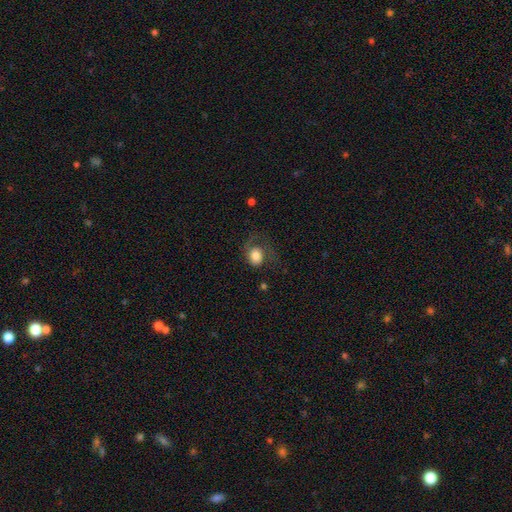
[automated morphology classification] Smooth or featured?
  - smooth: 69% *
  - featured or disk: 22%
  - star or artifact: 9%
How rounded?
  - round: 61% *
  - in between: 38%
  - cigar-shaped: 1%
Merging?
  - none: 39% *
  - major disturbance: 36%
  - minor disturbance: 22%
  - merger: 2%